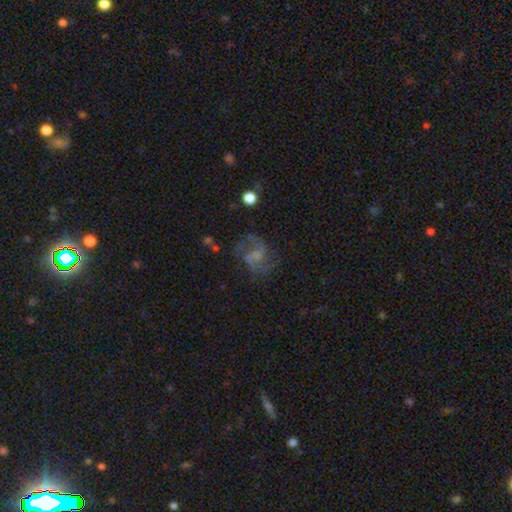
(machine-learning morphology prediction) A featured or disk galaxy (70%) with no bar (47%), 2 (75%) medium (49%) spiral arms (86%) and a small central bulge (36%). Merging: none (57%).